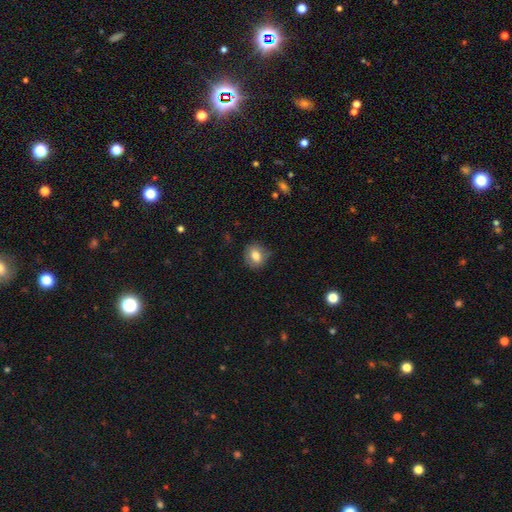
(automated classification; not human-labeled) This is likely a smooth galaxy (76%). How rounded: likely round (64%). Merging: likely none (75%).